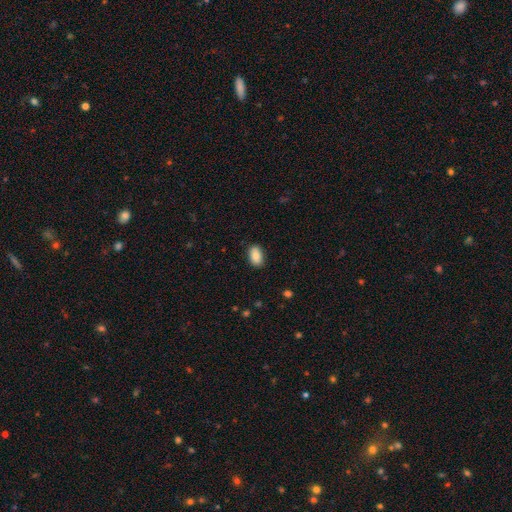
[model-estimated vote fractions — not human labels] Smooth or featured?
  - smooth: 87% *
  - star or artifact: 7%
  - featured or disk: 6%
How rounded?
  - in between: 92% *
  - round: 6%
  - cigar-shaped: 2%
Merging?
  - none: 88% *
  - minor disturbance: 9%
  - major disturbance: 2%
  - merger: 1%